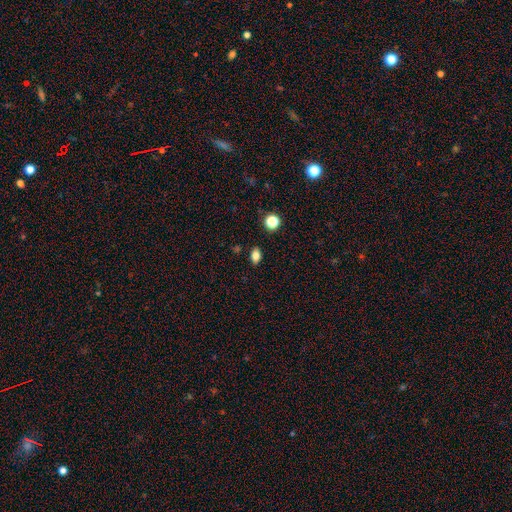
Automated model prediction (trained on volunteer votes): A smooth galaxy with no disk features (79%) that is in between round and cigar-shaped (81%).

Vote fractions:
- Smooth or featured? smooth: 79% / star or artifact: 12% / featured or disk: 10%
- How rounded? in between: 81% / round: 17% / cigar-shaped: 3%
- Merging? none: 87% / minor disturbance: 9% / major disturbance: 2% / merger: 2%